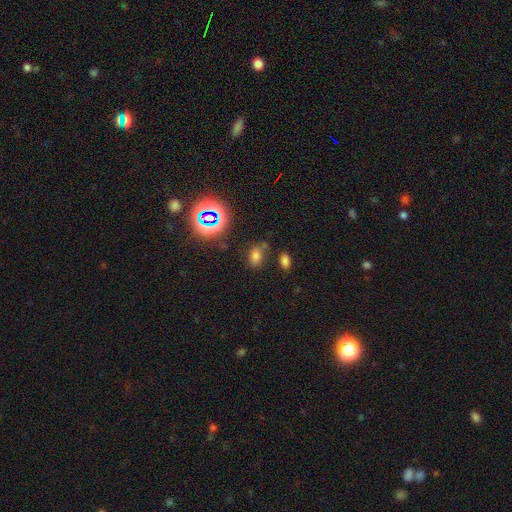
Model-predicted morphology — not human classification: Q: Smooth or featured?
A: smooth (64%); runner-up: star or artifact (26%)
Q: How rounded?
A: in between (81%); runner-up: round (18%)
Q: Merging?
A: none (70%); runner-up: minor disturbance (16%)